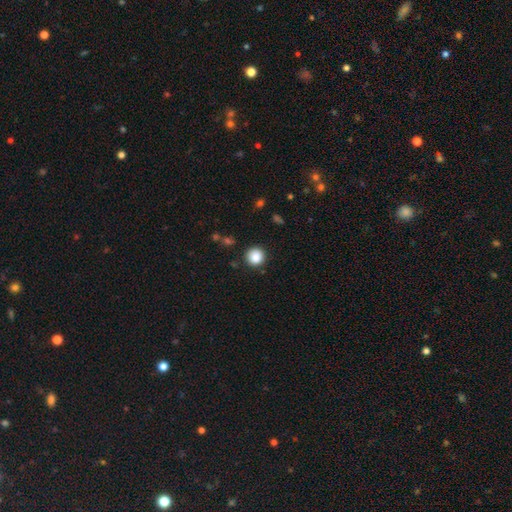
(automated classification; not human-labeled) Smooth or featured?
  - smooth: 86% *
  - star or artifact: 10%
  - featured or disk: 4%
How rounded?
  - round: 94% *
  - in between: 5%
  - cigar-shaped: 1%
Merging?
  - none: 90% *
  - minor disturbance: 7%
  - major disturbance: 2%
  - merger: 2%